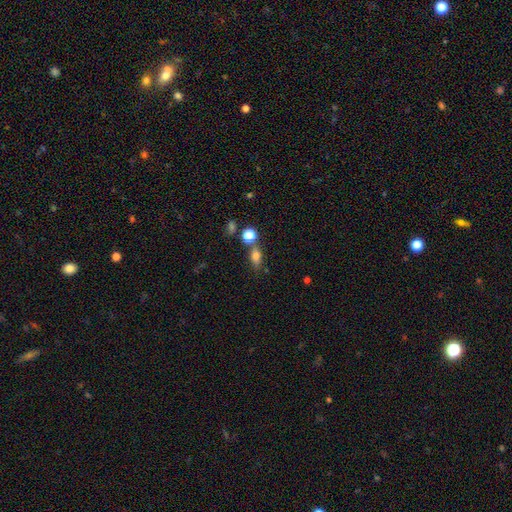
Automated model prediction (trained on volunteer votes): A smooth galaxy with no disk features (72%) that is in between round and cigar-shaped (65%).

Vote fractions:
- Smooth or featured? smooth: 72% / star or artifact: 15% / featured or disk: 13%
- How rounded? in between: 65% / round: 23% / cigar-shaped: 12%
- Merging? none: 62% / merger: 17% / minor disturbance: 15% / major disturbance: 6%